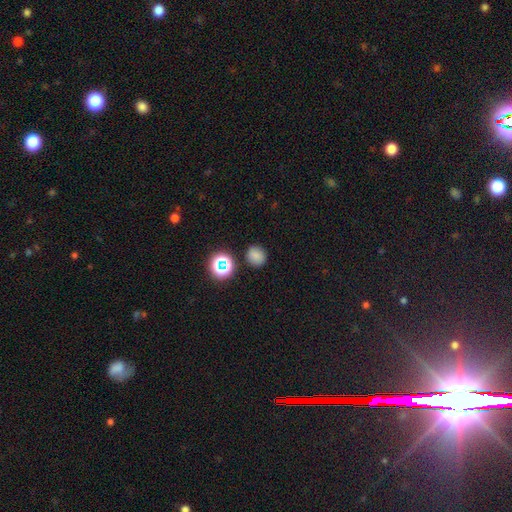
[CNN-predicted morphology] Smooth or featured: smooth — 75% (star or artifact — 19%)
How rounded: round — 75% (in between — 24%)
Merging: none — 85% (minor disturbance — 9%)